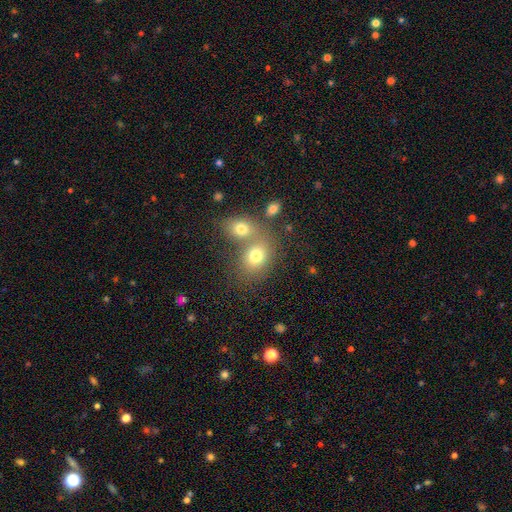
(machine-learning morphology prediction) smooth 75%, star or artifact 13%, featured or disk 13%. Down the decision tree: how rounded — round (50%); merging — merger (46%).